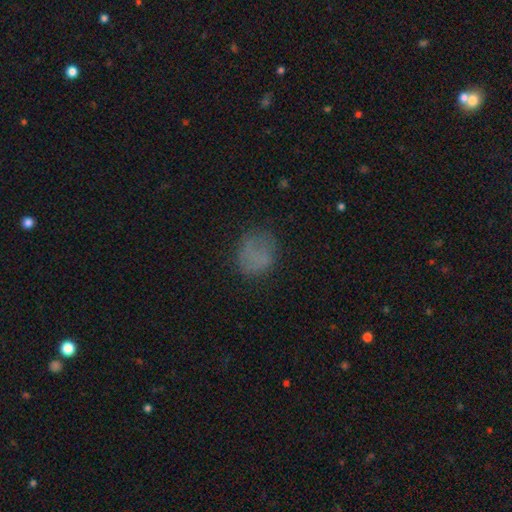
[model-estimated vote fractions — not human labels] Smooth or featured? smooth (68%)
How rounded? round (65%)
Merging? none (67%)